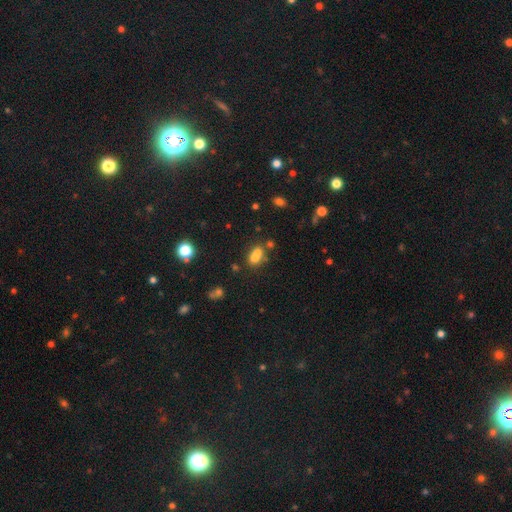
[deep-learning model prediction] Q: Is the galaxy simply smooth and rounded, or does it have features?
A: smooth — 68%.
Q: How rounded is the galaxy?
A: in between — 54%.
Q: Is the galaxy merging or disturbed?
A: merger — 51%.